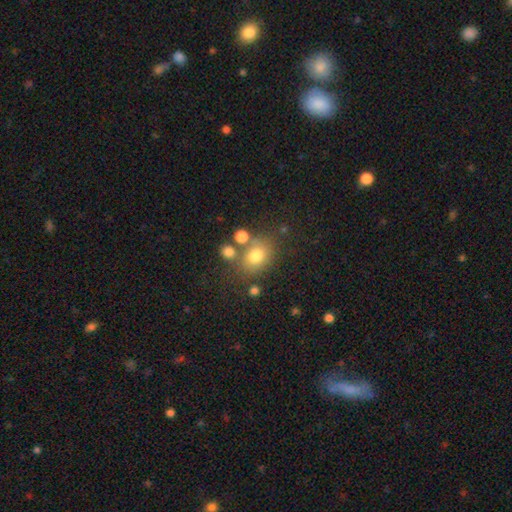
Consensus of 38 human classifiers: A smooth galaxy with no disk features (79%) that is round (53%). Merging: none (66%).